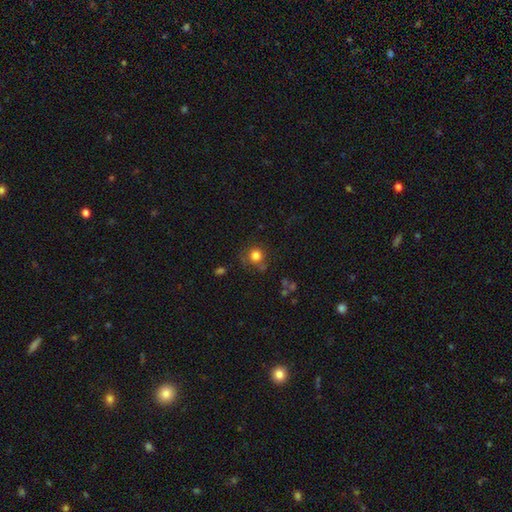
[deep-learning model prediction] This is likely a smooth galaxy (80%). How rounded: clearly round (90%). Merging: likely none (70%).